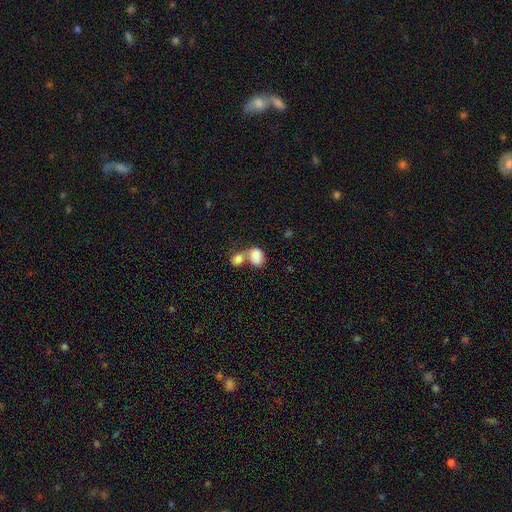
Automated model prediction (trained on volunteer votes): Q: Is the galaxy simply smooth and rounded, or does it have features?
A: smooth — 85%.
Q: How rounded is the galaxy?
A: in between — 72%.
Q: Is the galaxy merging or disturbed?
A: merger — 61%.